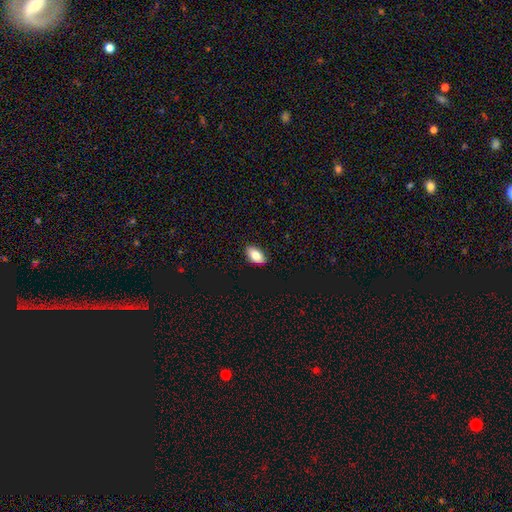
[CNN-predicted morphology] This appears to be a smooth galaxy with no disk features (81%) that is in between round and cigar-shaped (92%). Merging: none (89%).